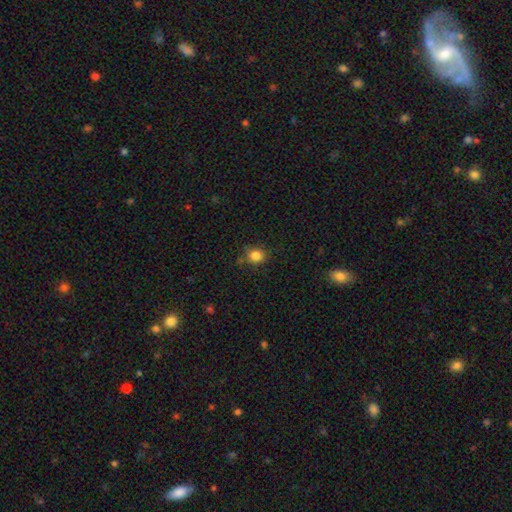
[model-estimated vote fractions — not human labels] smooth-or-featured: smooth: 84% | star or artifact: 12% | featured or disk: 4%
  how-rounded: round: 78% | in between: 21% | cigar-shaped: 1%
  merging: none: 79% | minor disturbance: 15% | major disturbance: 4% | merger: 2%